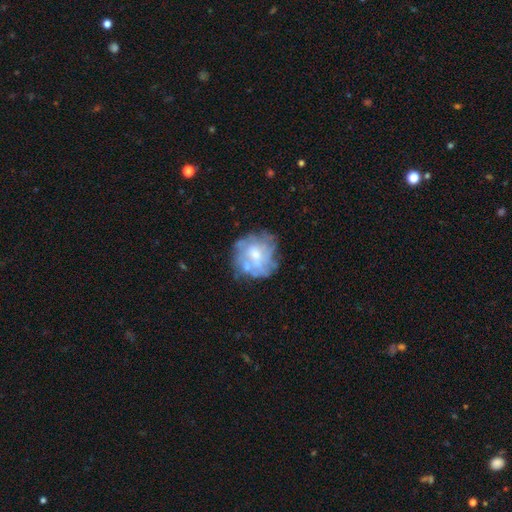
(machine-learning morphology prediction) smooth-or-featured: featured or disk: 62% | smooth: 29% | star or artifact: 9%
  disk-edge-on: no: 98% | yes: 2%
    bar: no: 77% | weak: 20% | strong: 3%
    has-spiral-arms: no: 65% | yes: 35%
    bulge-size: moderate: 45% | small: 43% | none: 7% | large: 3% | dominant: 1%
  merging: none: 55% | minor disturbance: 21% | major disturbance: 16% | merger: 9%